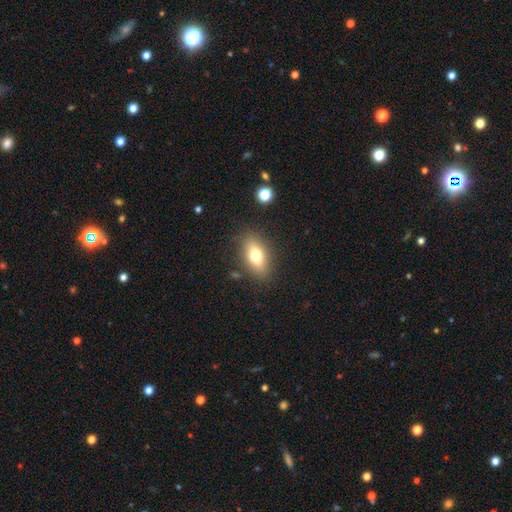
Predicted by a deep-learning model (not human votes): A smooth galaxy with no disk features (71%) that is in between round and cigar-shaped (82%). Merging: none (84%).